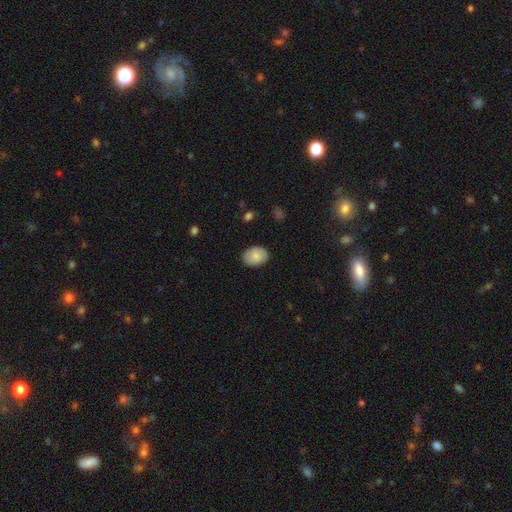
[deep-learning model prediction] A smooth galaxy with no disk features (85%) that is in between round and cigar-shaped (77%).

Vote fractions:
- Smooth or featured? smooth: 85% / featured or disk: 9% / star or artifact: 6%
- How rounded? in between: 77% / round: 22% / cigar-shaped: 1%
- Merging? none: 86% / minor disturbance: 11% / major disturbance: 2% / merger: 1%